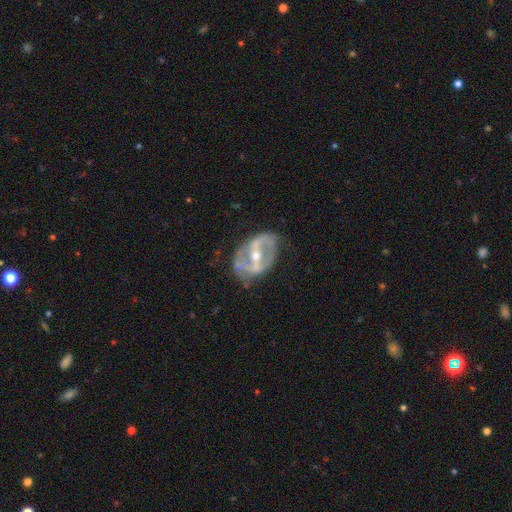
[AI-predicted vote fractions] Smooth or featured? Predicted: featured or disk (p=0.84). Edge-on disk? Predicted: no (p=0.92). Bar? Predicted: strong (p=0.67). Spiral arms? Predicted: yes (p=0.60). Bulge size? Predicted: moderate (p=0.57). Merging? Predicted: none (p=0.64).